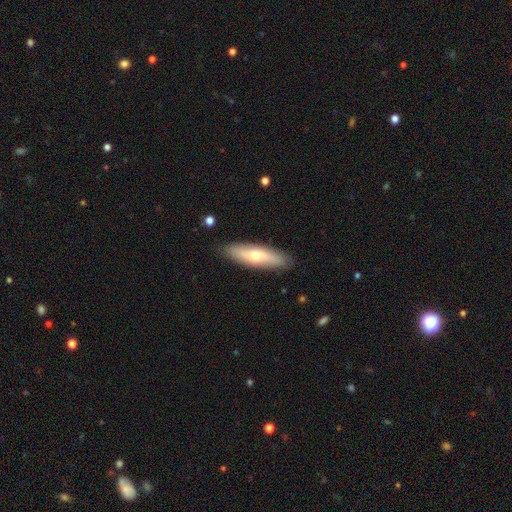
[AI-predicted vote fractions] Smooth or featured? Predicted: smooth (p=0.52). How rounded? Predicted: cigar-shaped (p=0.59). Merging? Predicted: none (p=0.87).